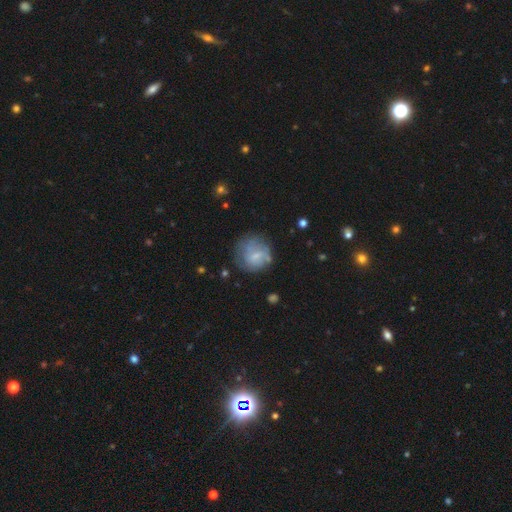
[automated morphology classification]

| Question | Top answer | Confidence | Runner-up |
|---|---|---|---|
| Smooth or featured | smooth | 58% | featured or disk (33%) |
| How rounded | round | 81% | in between (18%) |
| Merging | none | 56% | minor disturbance (25%) |